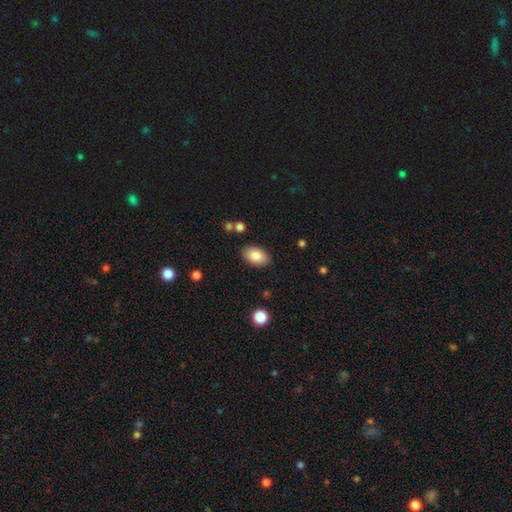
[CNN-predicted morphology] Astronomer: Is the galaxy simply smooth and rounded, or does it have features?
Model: smooth — 83%.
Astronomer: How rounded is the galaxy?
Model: in between — 91%.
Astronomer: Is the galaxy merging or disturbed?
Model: none — 86%.